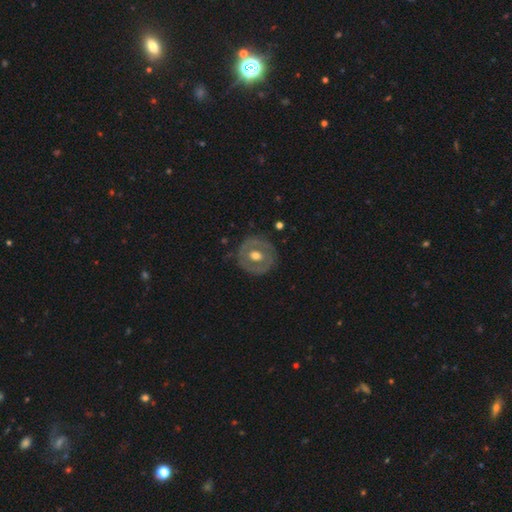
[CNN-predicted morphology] Q: Smooth or featured?
A: featured or disk (58%); runner-up: smooth (37%)
Q: Edge-on disk?
A: no (95%); runner-up: yes (5%)
Q: Bar?
A: no (64%); runner-up: weak (27%)
Q: Spiral arms?
A: no (78%); runner-up: yes (22%)
Q: Bulge size?
A: moderate (74%); runner-up: large (15%)
Q: Merging?
A: none (80%); runner-up: minor disturbance (14%)